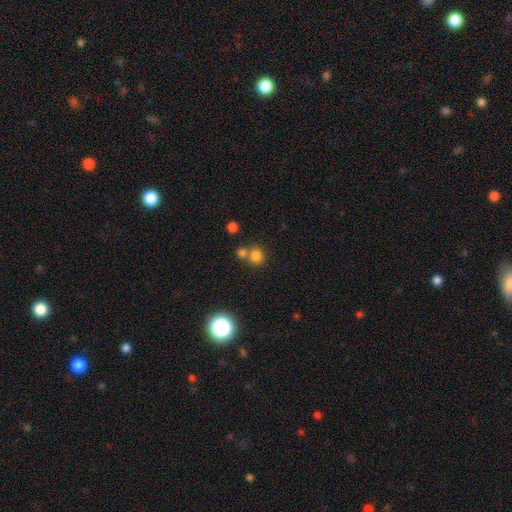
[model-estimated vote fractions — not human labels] smooth_or_featured: smooth (p=0.77) [alt: star or artifact p=0.16]
how_rounded: round (p=0.89) [alt: in between p=0.10]
merging: none (p=0.57) [alt: merger p=0.33]